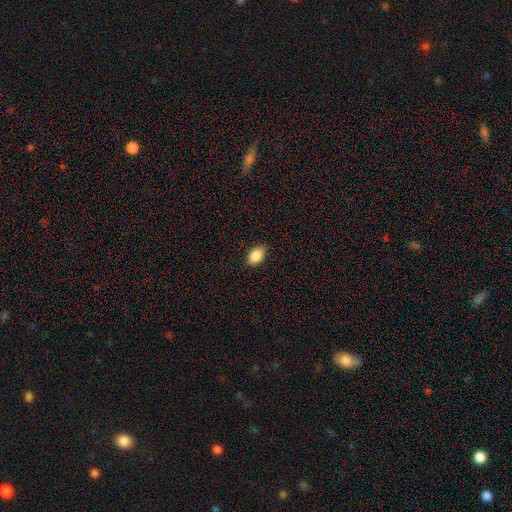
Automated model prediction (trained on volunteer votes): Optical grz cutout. It shows a smooth galaxy with no disk features (87%) that is in between round and cigar-shaped (88%). Merging: none (86%).